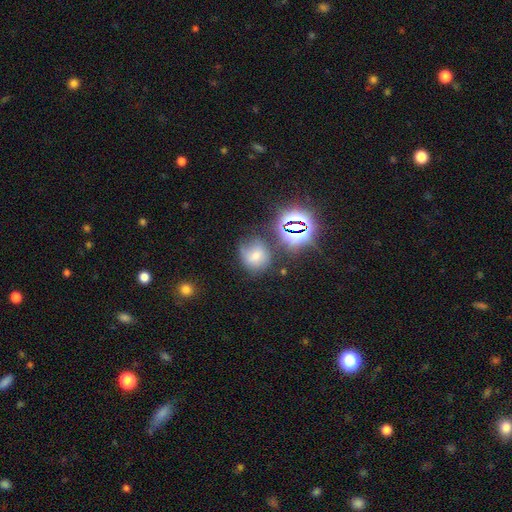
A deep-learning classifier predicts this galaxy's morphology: type=smooth (43%); merging=none (59%).